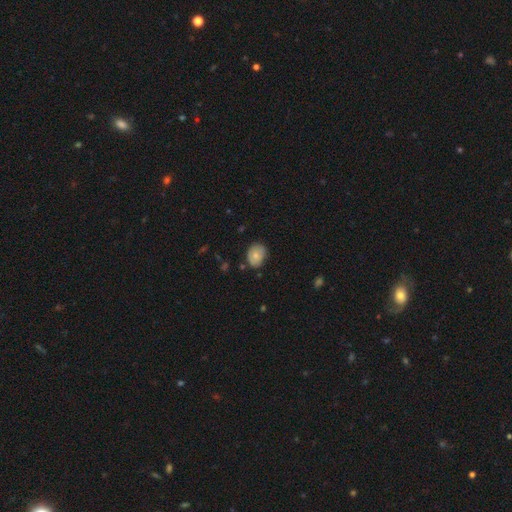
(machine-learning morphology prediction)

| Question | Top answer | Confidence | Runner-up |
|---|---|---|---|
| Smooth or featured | smooth | 75% | featured or disk (17%) |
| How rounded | in between | 61% | round (38%) |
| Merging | none | 72% | minor disturbance (22%) |